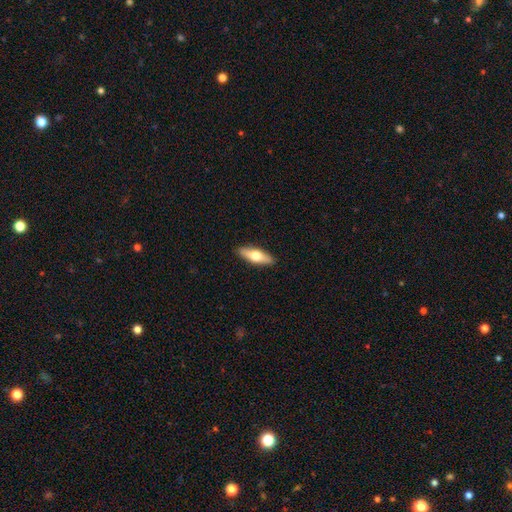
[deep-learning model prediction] Smooth or featured? smooth (55%)
How rounded? in between (51%)
Merging? none (90%)